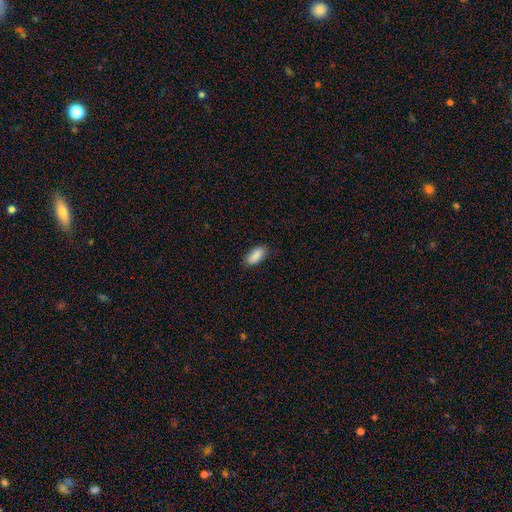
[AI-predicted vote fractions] Q: Smooth or featured?
A: smooth (89%); runner-up: star or artifact (7%)
Q: How rounded?
A: in between (91%); runner-up: cigar-shaped (7%)
Q: Merging?
A: none (83%); runner-up: minor disturbance (14%)